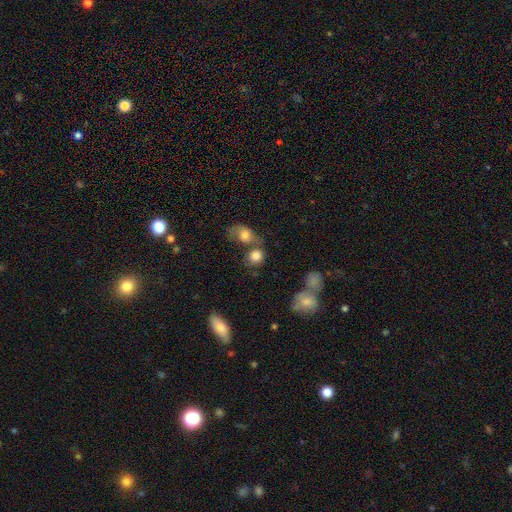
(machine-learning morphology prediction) Overall: smooth (80%). How rounded: round (71%). Merging: none (43%; merger 38%).